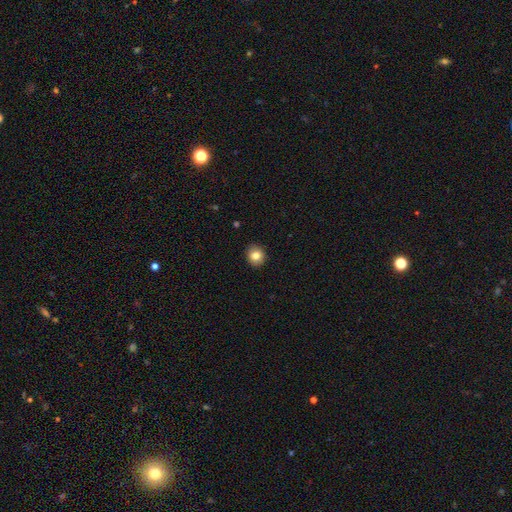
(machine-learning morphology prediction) Smooth or featured: smooth — 81% (star or artifact — 10%)
How rounded: round — 74% (in between — 25%)
Merging: none — 89% (minor disturbance — 8%)